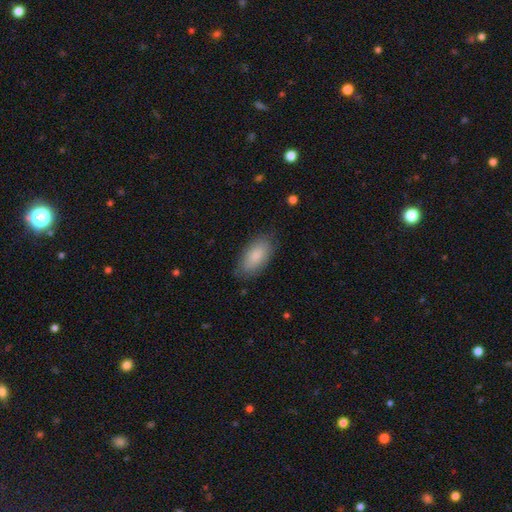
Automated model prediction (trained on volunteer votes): smooth-or-featured: smooth: 83% | featured or disk: 11% | star or artifact: 6%
  how-rounded: in between: 93% | cigar-shaped: 5% | round: 3%
  merging: none: 80% | minor disturbance: 16% | major disturbance: 4% | merger: 1%